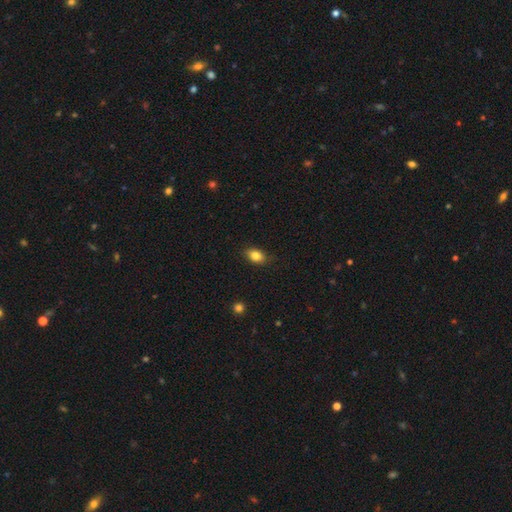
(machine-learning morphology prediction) This is clearly a smooth galaxy (83%). How rounded: likely in between (79%). Merging: clearly none (84%).